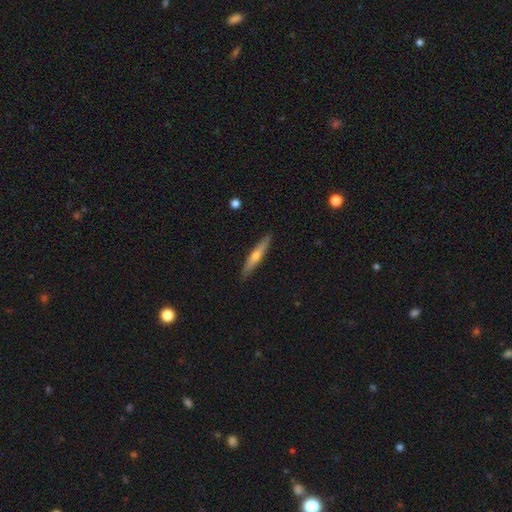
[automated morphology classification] Q: Smooth or featured?
A: featured or disk (53%); runner-up: smooth (41%)
Q: Edge-on disk?
A: yes (93%); runner-up: no (7%)
Q: Merging?
A: none (90%); runner-up: minor disturbance (8%)